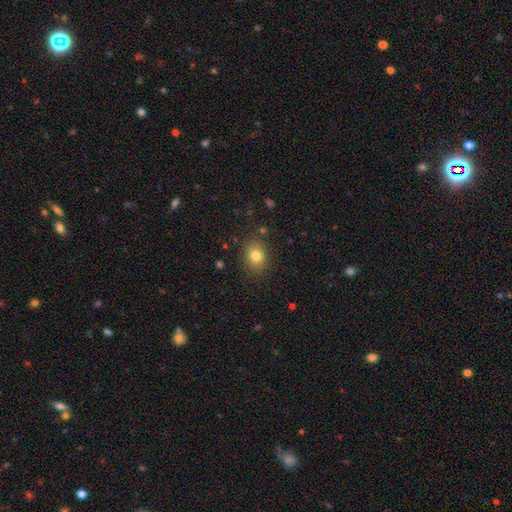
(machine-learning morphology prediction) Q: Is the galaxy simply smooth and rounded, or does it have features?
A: smooth — 80%.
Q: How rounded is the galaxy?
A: round — 50%.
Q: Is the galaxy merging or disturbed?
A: none — 85%.